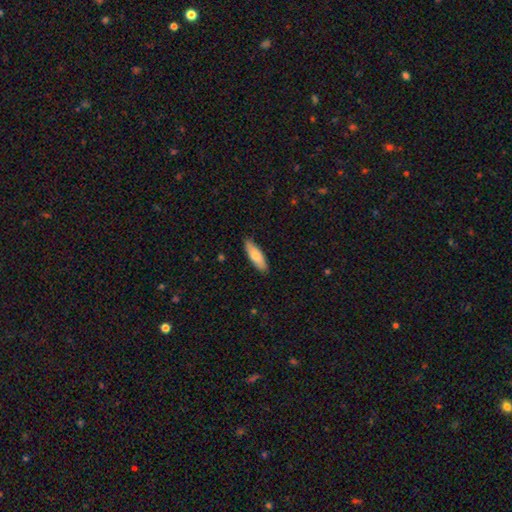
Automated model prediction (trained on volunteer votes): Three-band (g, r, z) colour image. It shows a smooth galaxy with no disk features (76%) that is in between round and cigar-shaped (53%). Merging: none (88%).